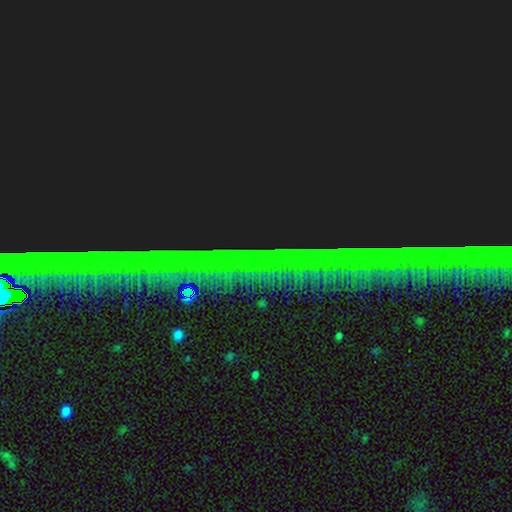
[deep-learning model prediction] This is clearly a star or artifact rather than a galaxy (87%).